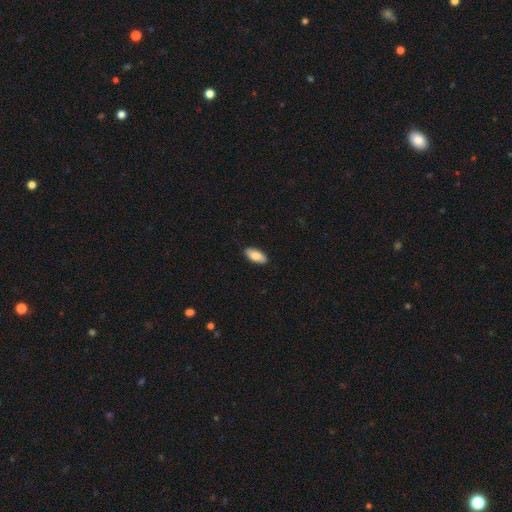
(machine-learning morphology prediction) Smooth or featured? smooth (81%)
How rounded? in between (90%)
Merging? none (89%)